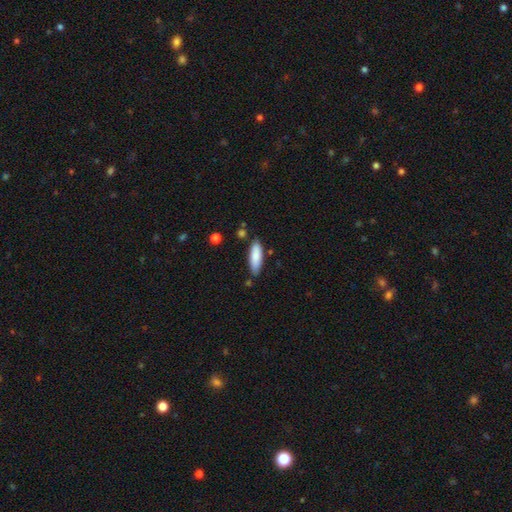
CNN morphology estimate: Smooth or featured: smooth — 85% (featured or disk — 9%)
How rounded: in between — 53% (cigar-shaped — 46%)
Merging: none — 79% (minor disturbance — 14%)